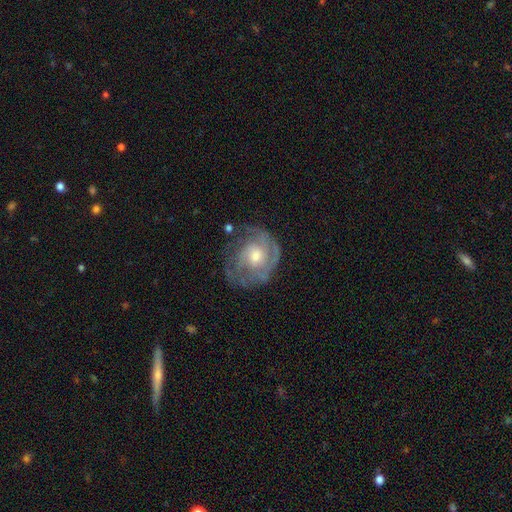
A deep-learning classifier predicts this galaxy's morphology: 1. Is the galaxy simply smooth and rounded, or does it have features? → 81% featured or disk, 13% smooth, 6% star or artifact.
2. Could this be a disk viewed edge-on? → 97% no, 3% yes.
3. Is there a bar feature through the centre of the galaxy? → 72% no, 25% weak, 4% strong.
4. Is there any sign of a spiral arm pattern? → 90% yes, 10% no.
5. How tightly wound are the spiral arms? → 58% tight, 32% medium, 10% loose.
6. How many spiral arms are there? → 33% can't tell, 27% 2, 22% 3, 7% 1, 6% 4, 4% more than 4.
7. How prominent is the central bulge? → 58% moderate, 34% small, 5% large, 2% none, 1% dominant.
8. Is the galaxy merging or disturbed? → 65% none, 21% minor disturbance, 12% major disturbance, 2% merger.